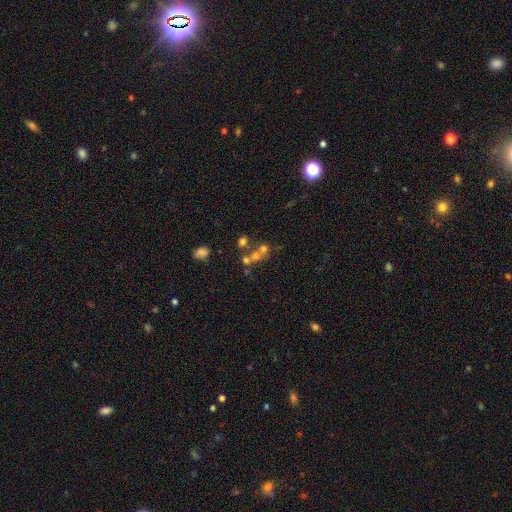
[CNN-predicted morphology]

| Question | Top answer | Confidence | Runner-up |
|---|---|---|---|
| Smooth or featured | smooth | 51% | featured or disk (28%) |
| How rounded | round | 73% | in between (25%) |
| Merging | merger | 52% | none (33%) |